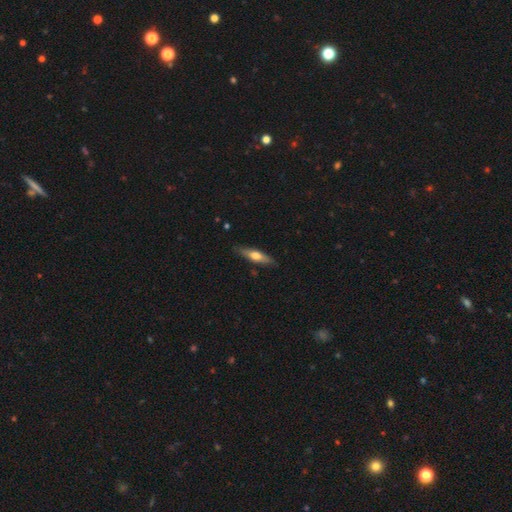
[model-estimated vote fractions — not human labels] Smooth or featured? smooth (50%)
How rounded? cigar-shaped (71%)
Merging? none (85%)